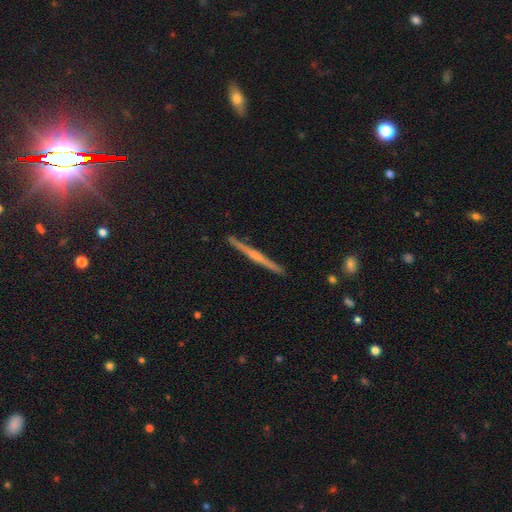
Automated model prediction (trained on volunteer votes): A featured or disk galaxy (74%) viewed edge-on (98%) with a rounded central bulge (61%).

Vote fractions:
- Smooth or featured? featured or disk: 74% / smooth: 20% / star or artifact: 6%
- Edge-on disk? yes: 98% / no: 2%
- Edge-on bulge? rounded: 61% / none: 27% / boxy: 12%
- Merging? none: 92% / minor disturbance: 5% / major disturbance: 1% / merger: 1%